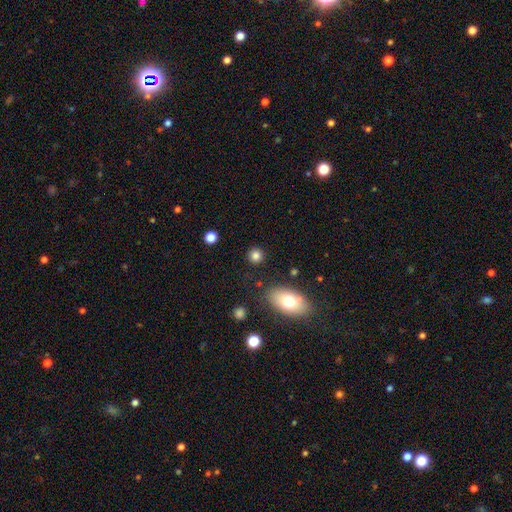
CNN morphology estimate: Q: Smooth or featured?
A: smooth (82%); runner-up: star or artifact (11%)
Q: How rounded?
A: round (88%); runner-up: in between (11%)
Q: Merging?
A: none (86%); runner-up: minor disturbance (8%)